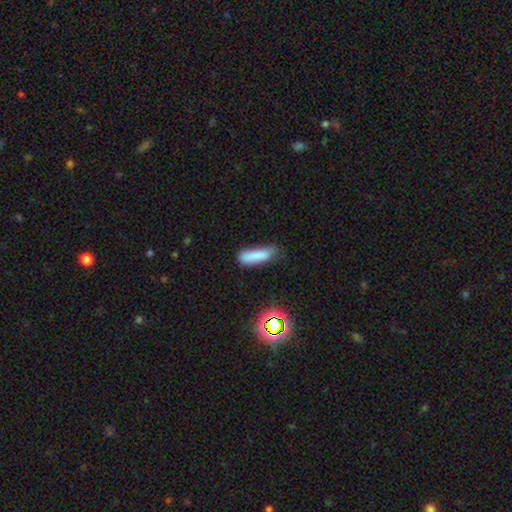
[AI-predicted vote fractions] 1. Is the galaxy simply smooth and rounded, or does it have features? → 81% smooth, 10% star or artifact, 8% featured or disk.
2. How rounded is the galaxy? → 59% cigar-shaped, 39% in between, 2% round.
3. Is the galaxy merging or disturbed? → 58% none, 30% minor disturbance, 9% major disturbance, 3% merger.